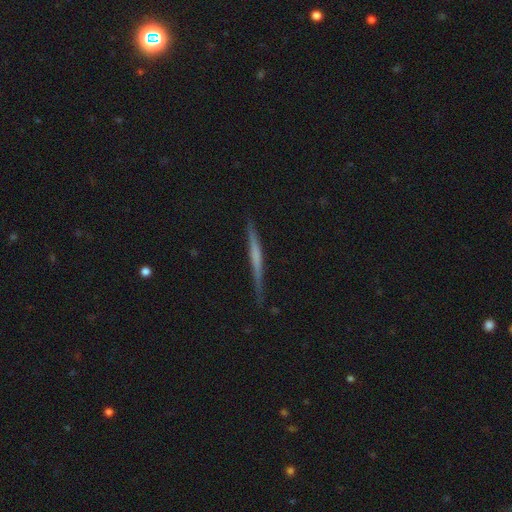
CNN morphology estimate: This is possibly a featured or disk galaxy (56%). It is clearly viewed edge-on (97%). Edge-on bulge: likely none (73%). Merging: clearly none (85%).